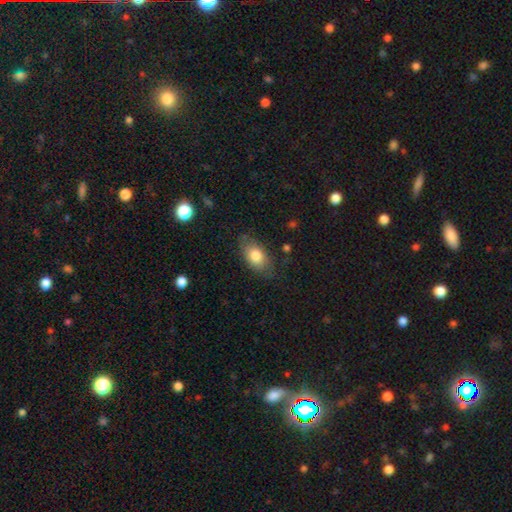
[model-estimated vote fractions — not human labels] Q: Smooth or featured?
A: smooth (78%); runner-up: featured or disk (15%)
Q: How rounded?
A: in between (89%); runner-up: round (9%)
Q: Merging?
A: none (72%); runner-up: minor disturbance (20%)